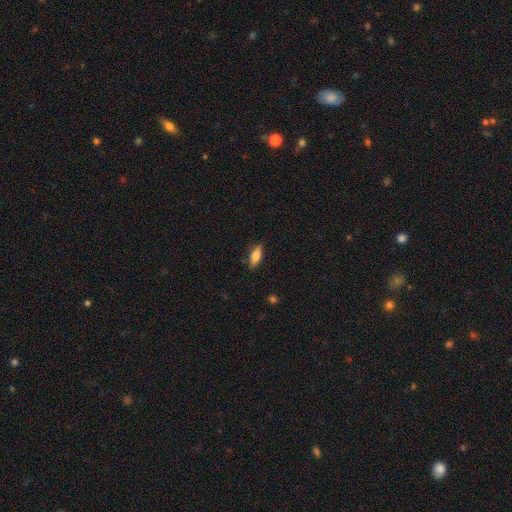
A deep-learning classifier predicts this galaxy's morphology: Smooth or featured? smooth (73%)
How rounded? in between (68%)
Merging? none (82%)